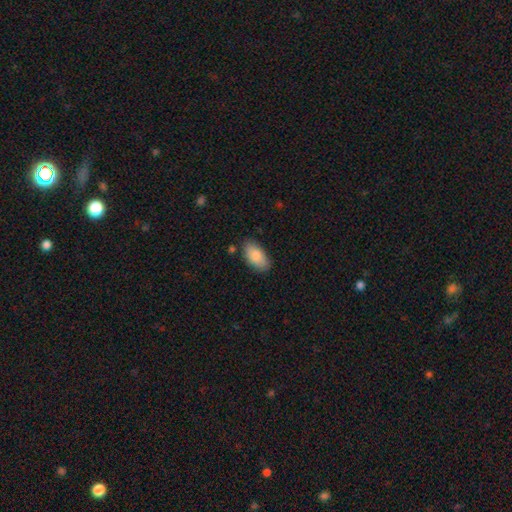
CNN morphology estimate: Smooth or featured? smooth (86%)
How rounded? in between (94%)
Merging? none (78%)